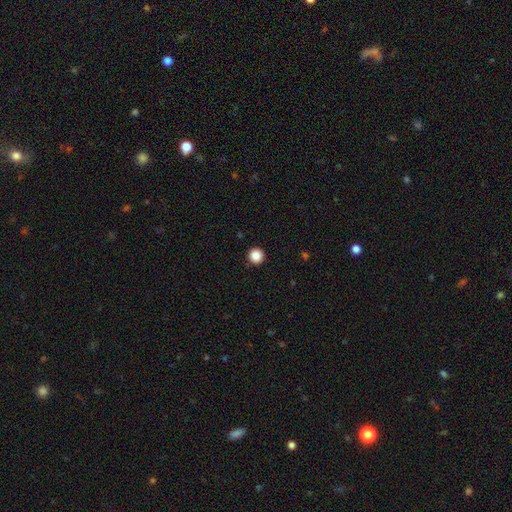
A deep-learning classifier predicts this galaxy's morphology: Q: Smooth or featured?
A: smooth (86%); runner-up: star or artifact (10%)
Q: How rounded?
A: round (96%); runner-up: in between (3%)
Q: Merging?
A: none (94%); runner-up: minor disturbance (4%)